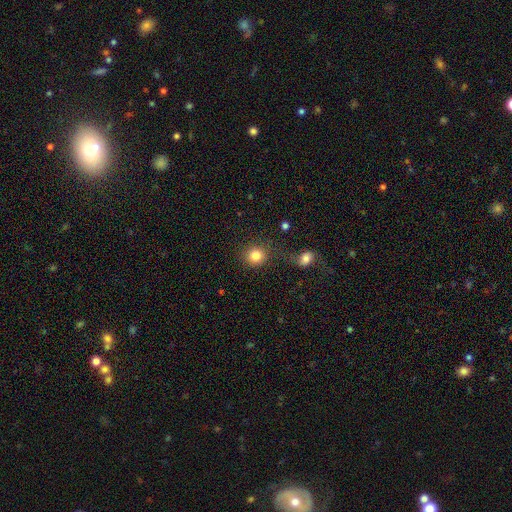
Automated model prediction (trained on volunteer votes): This appears to be a smooth galaxy with no disk features (84%) that is round (86%). Merging: none (77%).